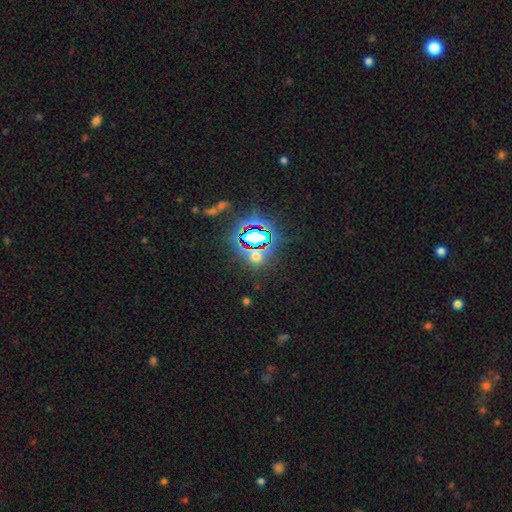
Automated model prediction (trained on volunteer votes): This is likely a star or artifact rather than a galaxy (67%).